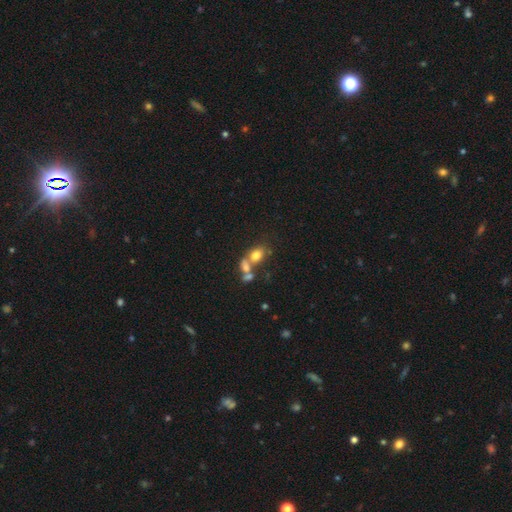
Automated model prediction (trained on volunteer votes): Smooth or featured: smooth — 72% (featured or disk — 16%)
How rounded: in between — 62% (round — 36%)
Merging: merger — 51% (none — 32%)